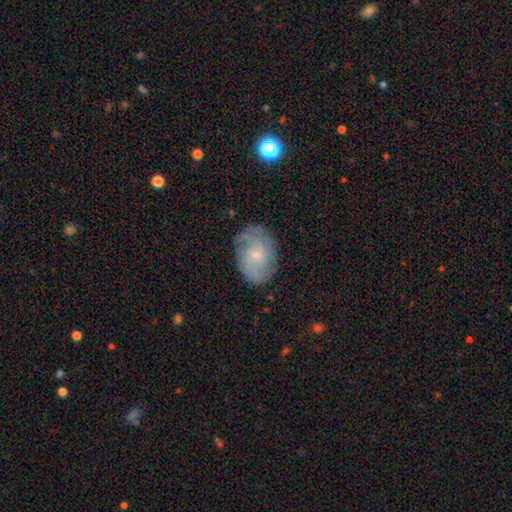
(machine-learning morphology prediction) A featured or disk galaxy (61%) with no bar (73%), tight (52%) spiral arms (87%) and a small central bulge (78%).

Vote fractions:
- Smooth or featured? featured or disk: 61% / smooth: 31% / star or artifact: 8%
- Edge-on disk? no: 96% / yes: 4%
- Bar? no: 73% / weak: 24% / strong: 3%
- Spiral arms? yes: 87% / no: 13%
- Spiral winding? tight: 52% / medium: 35% / loose: 13%
- Spiral arm count? can't tell: 41% / 2: 32% / 3: 12% / 4: 6% / 1: 5% / more than 4: 4%
- Bulge size? small: 78% / moderate: 15% / none: 5% / large: 1% / dominant: 1%
- Merging? none: 74% / minor disturbance: 18% / major disturbance: 6% / merger: 1%